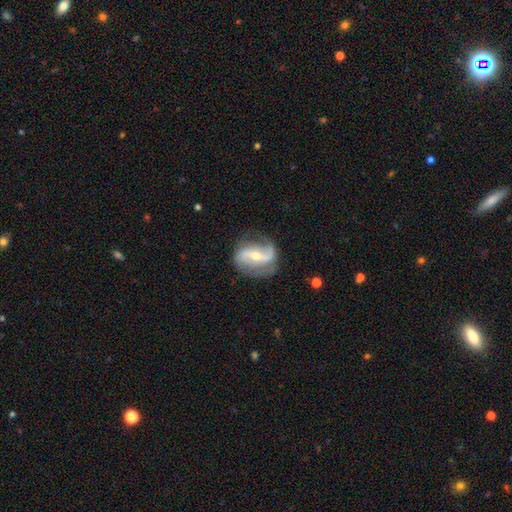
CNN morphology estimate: Overall: featured or disk (84%). Edge-on disk: no (96%). Bar: strong (47%; weak 31%). Spiral arms: yes (93%). Spiral arm count: 2 (87%). Spiral winding: loose (54%; medium 33%). Bulge size: small (51%; moderate 45%). Merging: none (72%).